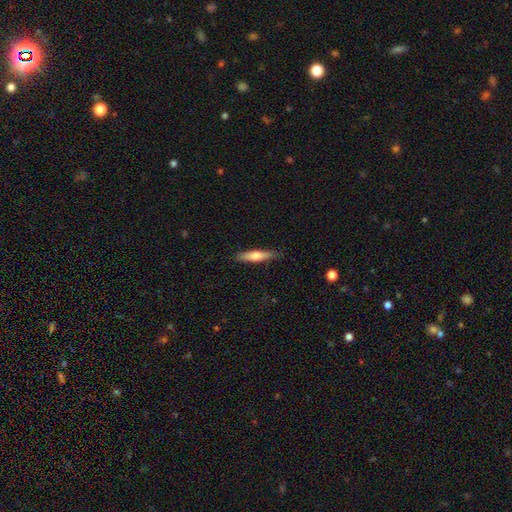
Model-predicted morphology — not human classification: smooth_or_featured: smooth (p=0.64) [alt: featured or disk p=0.30]
how_rounded: cigar-shaped (p=0.78) [alt: in between p=0.20]
merging: none (p=0.85) [alt: minor disturbance p=0.12]